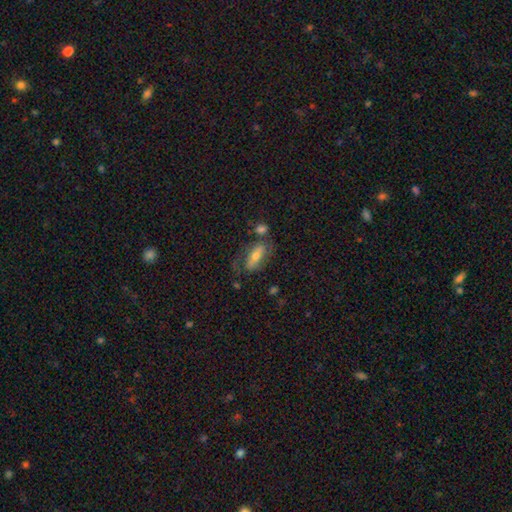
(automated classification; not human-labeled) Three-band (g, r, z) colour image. It shows a smooth galaxy with no disk features (49%). Merging: none (53%).